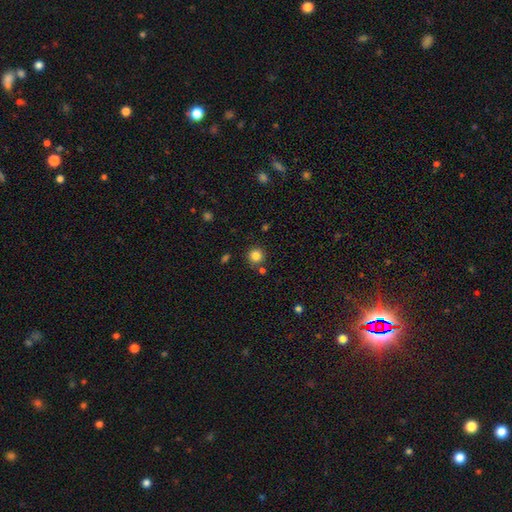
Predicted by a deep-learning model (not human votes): smooth-or-featured: smooth: 84% | star or artifact: 11% | featured or disk: 4%
  how-rounded: round: 93% | in between: 6% | cigar-shaped: 1%
  merging: none: 82% | minor disturbance: 8% | merger: 7% | major disturbance: 3%